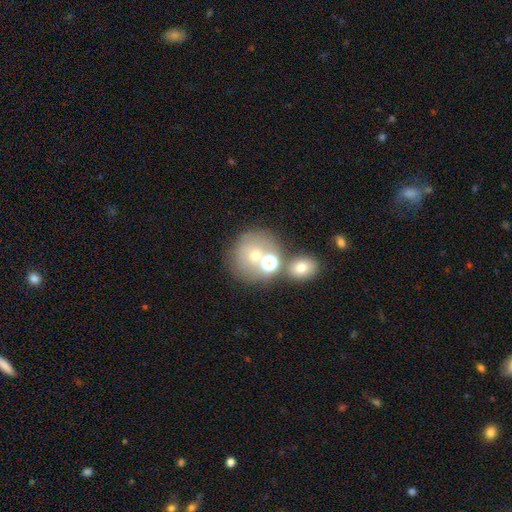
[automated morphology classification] smooth-or-featured: smooth: 60% | featured or disk: 22% | star or artifact: 18%
  how-rounded: round: 85% | in between: 14% | cigar-shaped: 1%
  merging: none: 49% | merger: 35% | minor disturbance: 10% | major disturbance: 6%